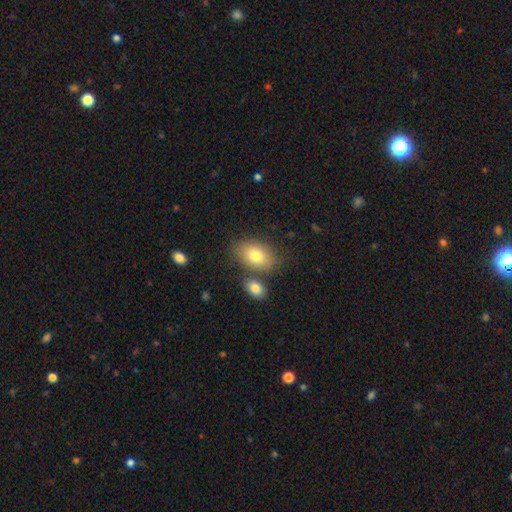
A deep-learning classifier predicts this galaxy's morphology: This is likely a smooth galaxy (78%). How rounded: clearly in between (87%). Merging: likely none (66%).